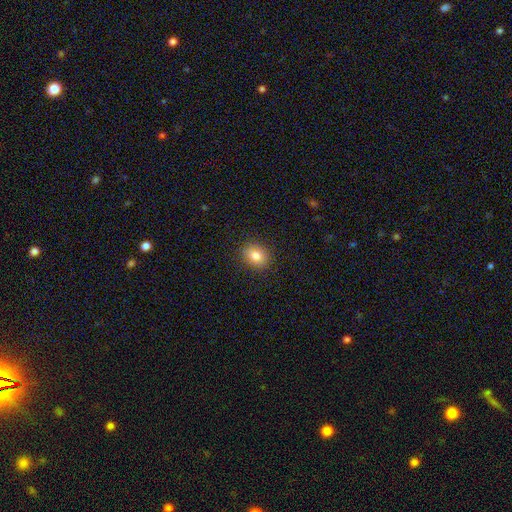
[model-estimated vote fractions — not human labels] A smooth galaxy with no disk features (82%) that is in between round and cigar-shaped (50%). Merging: none (89%).